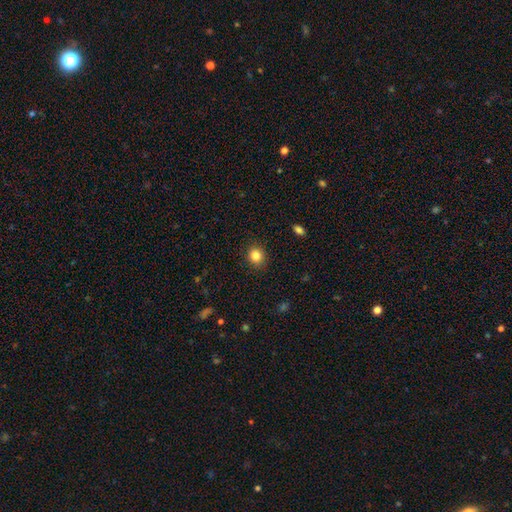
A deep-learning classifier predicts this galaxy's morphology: Overall: smooth (84%). How rounded: round (81%). Merging: none (90%).